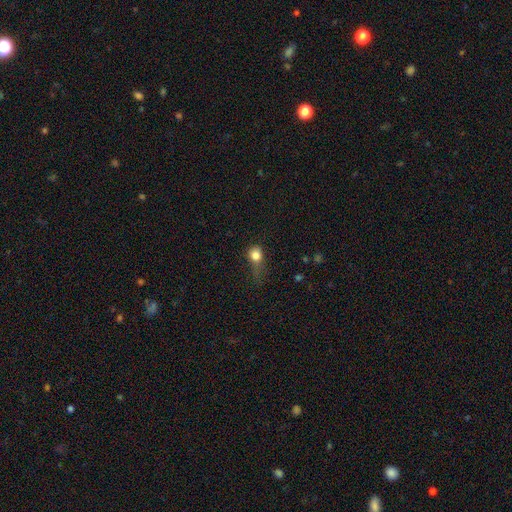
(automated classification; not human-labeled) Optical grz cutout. It shows a smooth galaxy with no disk features (80%) that is round (72%). Merging: none (34%).